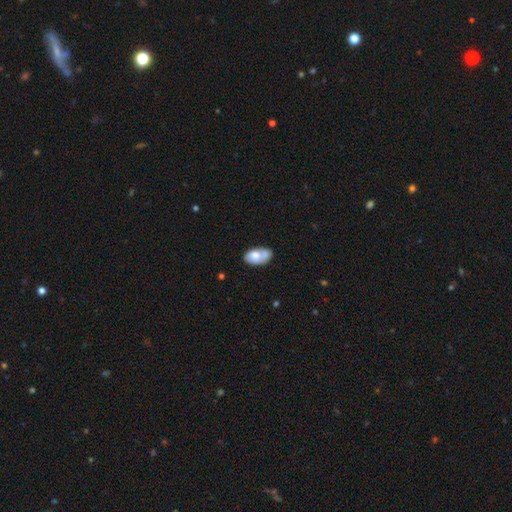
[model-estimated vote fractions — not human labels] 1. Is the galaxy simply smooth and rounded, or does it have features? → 68% smooth, 26% featured or disk, 7% star or artifact.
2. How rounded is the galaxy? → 90% in between, 9% round, 2% cigar-shaped.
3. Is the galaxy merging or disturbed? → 36% merger, 34% none, 21% minor disturbance, 9% major disturbance.